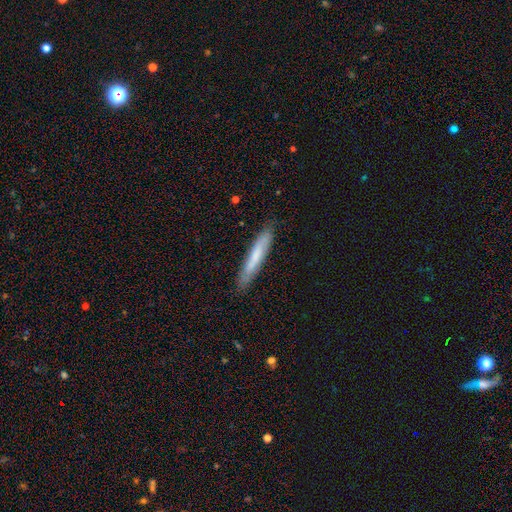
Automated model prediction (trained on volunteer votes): The model was most divided on "smooth or featured": smooth: 63%, featured or disk: 31%, star or artifact: 6%. More confident: how rounded — cigar-shaped (93%); merging — none (86%).